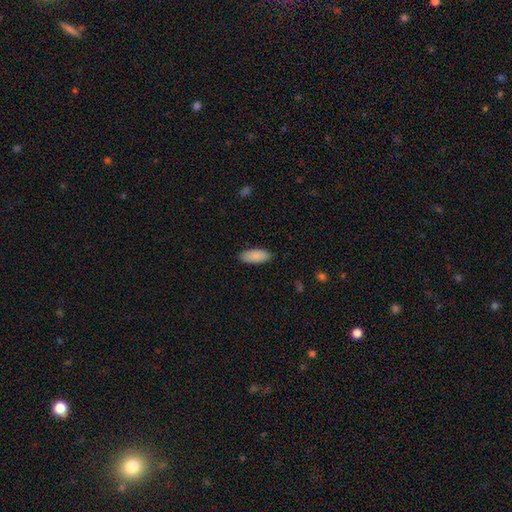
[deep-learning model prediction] Smooth or featured?
  - smooth: 90% *
  - star or artifact: 6%
  - featured or disk: 4%
How rounded?
  - in between: 83% *
  - cigar-shaped: 15%
  - round: 2%
Merging?
  - none: 89% *
  - minor disturbance: 9%
  - major disturbance: 2%
  - merger: 1%